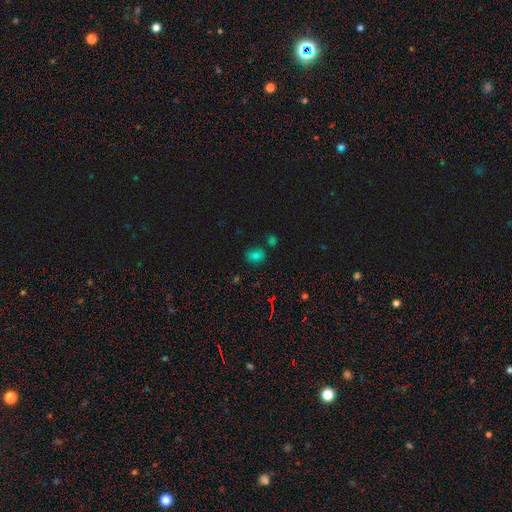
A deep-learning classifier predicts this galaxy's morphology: Smooth or featured? Predicted: smooth (p=0.71). How rounded? Predicted: round (p=0.50). Merging? Predicted: none (p=0.77).